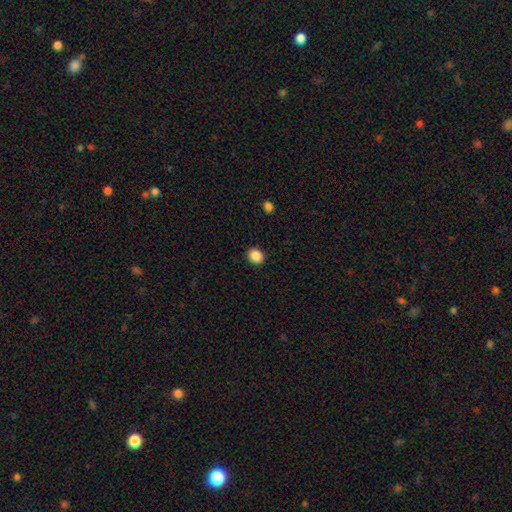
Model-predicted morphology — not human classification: Smooth or featured: smooth — 88% (star or artifact — 10%)
How rounded: round — 81% (in between — 19%)
Merging: none — 92% (minor disturbance — 5%)